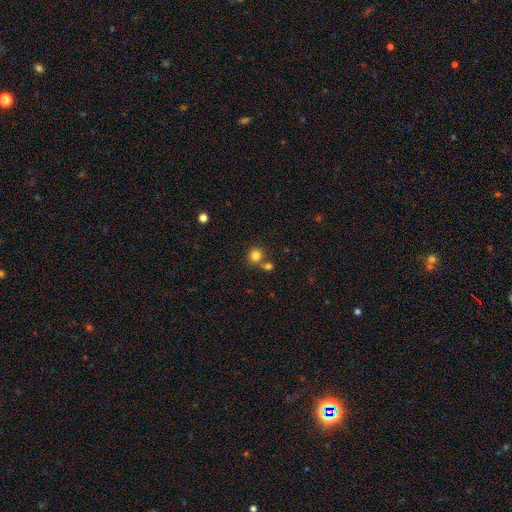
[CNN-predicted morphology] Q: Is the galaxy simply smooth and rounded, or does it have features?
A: smooth — 82%.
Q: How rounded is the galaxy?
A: round — 88%.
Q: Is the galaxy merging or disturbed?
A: none — 64%.